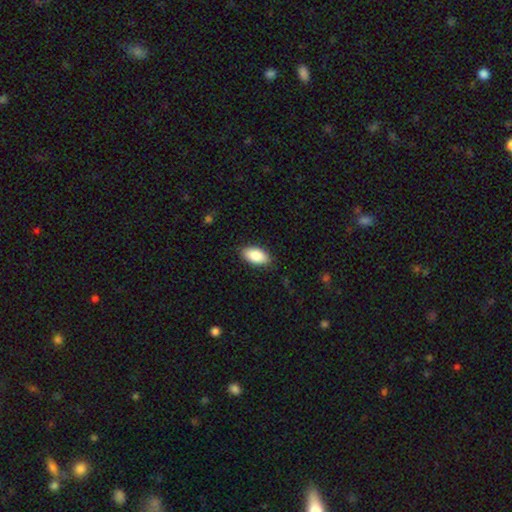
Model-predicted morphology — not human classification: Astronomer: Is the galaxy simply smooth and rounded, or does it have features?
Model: smooth — 87%.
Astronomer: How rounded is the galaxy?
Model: in between — 94%.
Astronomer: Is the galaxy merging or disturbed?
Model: none — 86%.